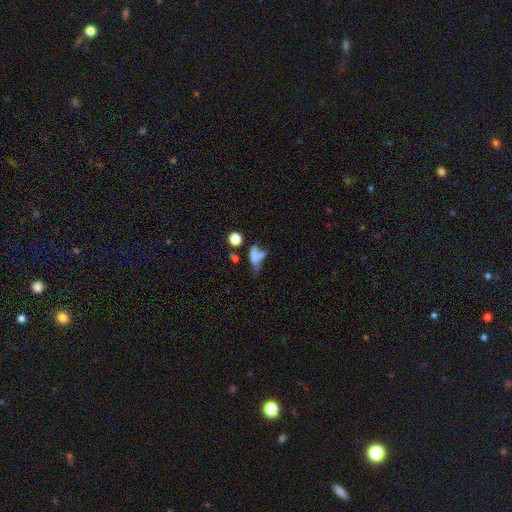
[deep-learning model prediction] A smooth galaxy with no disk features (54%) that is in between round and cigar-shaped (60%).

Vote fractions:
- Smooth or featured? smooth: 54% / featured or disk: 28% / star or artifact: 17%
- How rounded? in between: 60% / cigar-shaped: 23% / round: 17%
- Merging? merger: 34% / none: 27% / major disturbance: 24% / minor disturbance: 16%